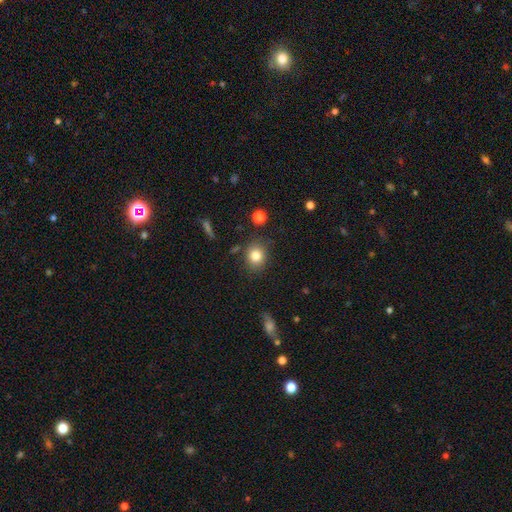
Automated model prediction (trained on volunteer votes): A smooth galaxy with no disk features (81%) that is round (66%).

Vote fractions:
- Smooth or featured? smooth: 81% / star or artifact: 11% / featured or disk: 8%
- How rounded? round: 66% / in between: 33% / cigar-shaped: 1%
- Merging? none: 82% / minor disturbance: 12% / major disturbance: 3% / merger: 3%